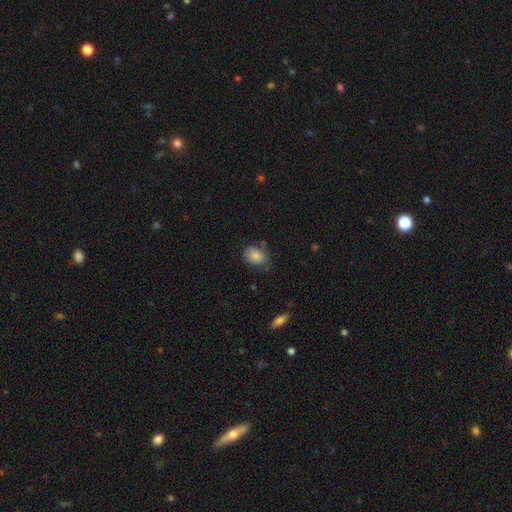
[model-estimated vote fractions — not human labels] smooth_or_featured: smooth (p=0.84) [alt: featured or disk p=0.08]
how_rounded: in between (p=0.62) [alt: round p=0.37]
merging: none (p=0.61) [alt: minor disturbance p=0.28]